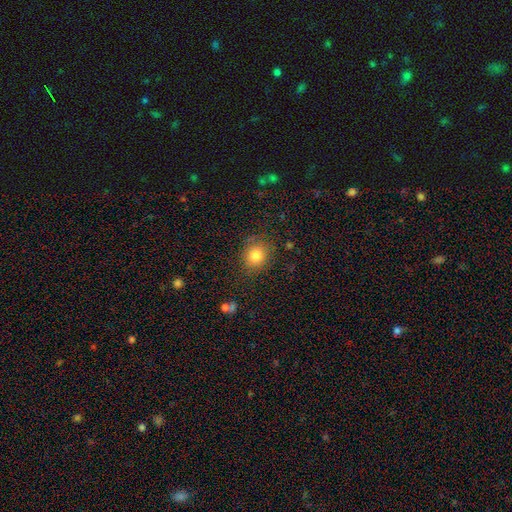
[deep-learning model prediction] Morphology: type=smooth (82%); roundness=round (73%); merging=none (81%).